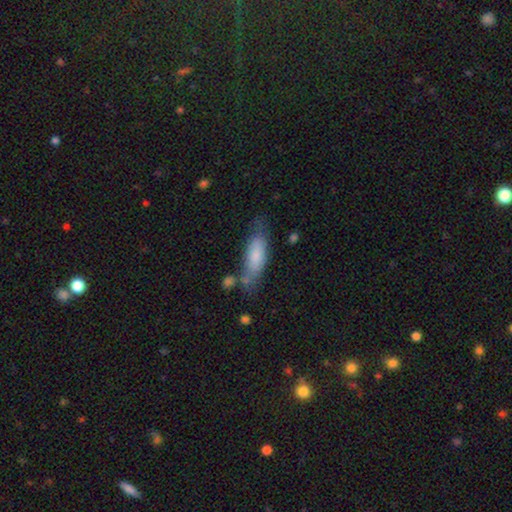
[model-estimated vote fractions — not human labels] A smooth galaxy with no disk features (75%) that is in between round and cigar-shaped (58%). Merging: none (55%).